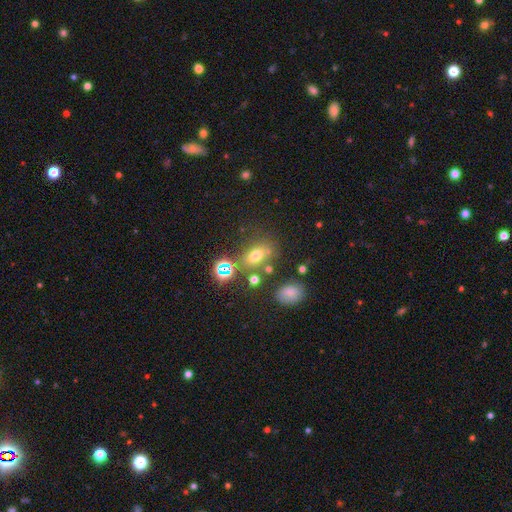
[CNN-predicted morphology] The model was most divided on "smooth or featured": smooth: 62%, star or artifact: 25%, featured or disk: 13%. More confident: how rounded — in between (74%); merging — none (64%).